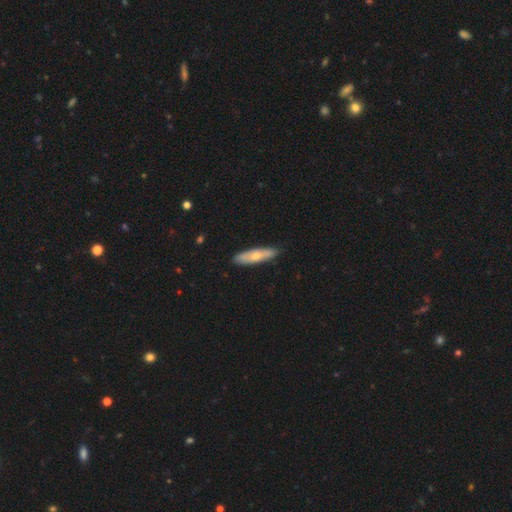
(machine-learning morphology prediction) Smooth or featured: smooth — 57% (featured or disk — 38%)
How rounded: cigar-shaped — 67% (in between — 31%)
Merging: none — 85% (minor disturbance — 12%)